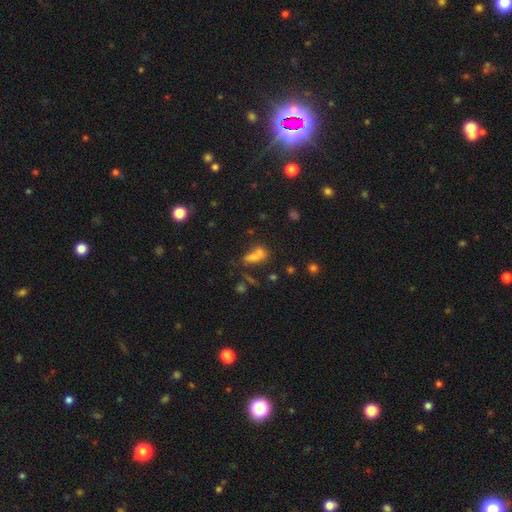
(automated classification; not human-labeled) Smooth or featured? Predicted: smooth (p=0.68). How rounded? Predicted: in between (p=0.69). Merging? Predicted: merger (p=0.45).